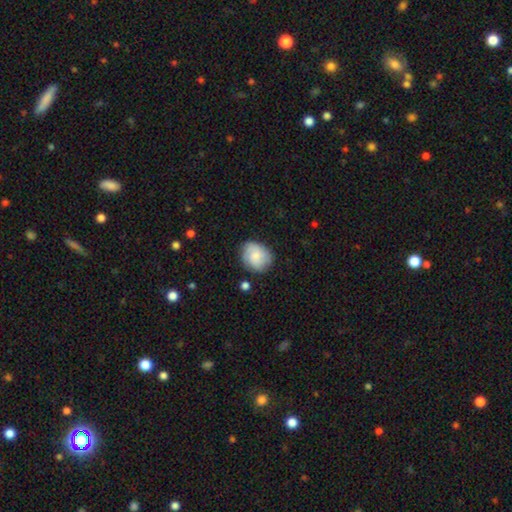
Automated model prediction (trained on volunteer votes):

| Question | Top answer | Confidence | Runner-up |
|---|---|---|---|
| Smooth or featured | smooth | 69% | featured or disk (23%) |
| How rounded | round | 59% | in between (40%) |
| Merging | none | 76% | minor disturbance (18%) |